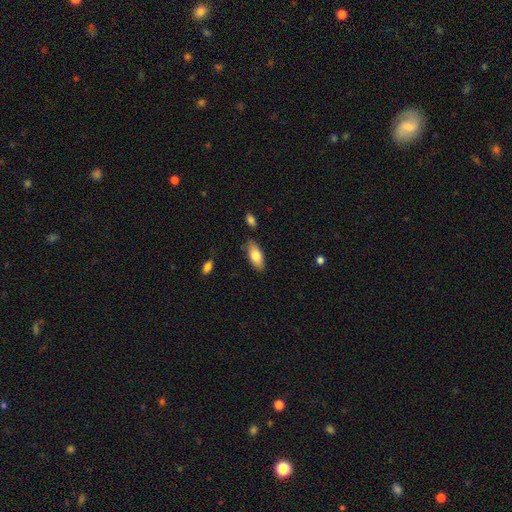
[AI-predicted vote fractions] Smooth or featured? Predicted: smooth (p=0.79). How rounded? Predicted: in between (p=0.86). Merging? Predicted: none (p=0.81).